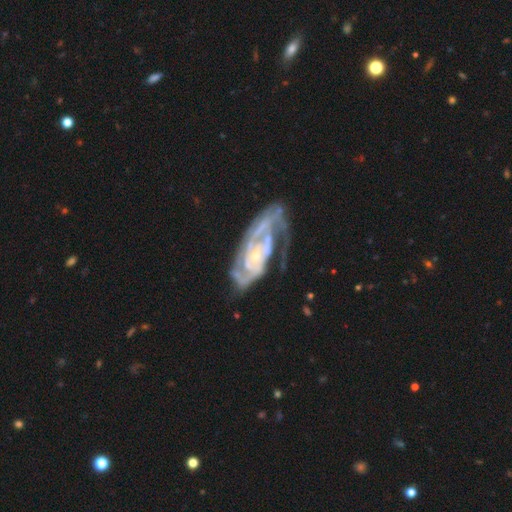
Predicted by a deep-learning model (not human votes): Smooth or featured: featured or disk — 89% (smooth — 6%)
Edge-on disk: no — 95% (yes — 5%)
Bar: no — 62% (weak — 27%)
Spiral arms: yes — 95% (no — 5%)
Spiral winding: tight — 56% (medium — 35%)
Spiral arm count: 2 — 44% (can't tell — 22%)
Bulge size: small — 72% (moderate — 22%)
Merging: none — 50% (major disturbance — 24%)